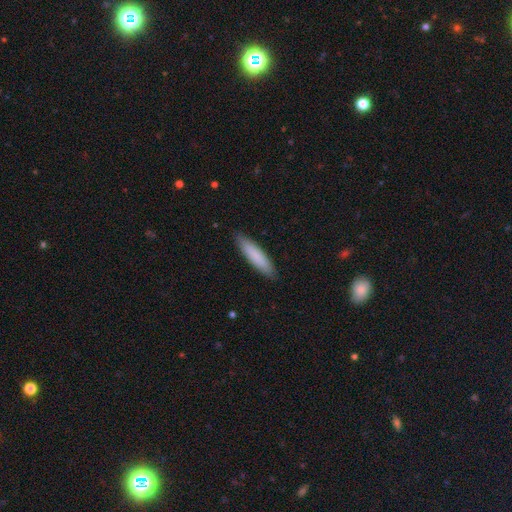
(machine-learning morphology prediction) This is clearly a smooth galaxy (84%). How rounded: clearly cigar-shaped (80%). Merging: clearly none (89%).